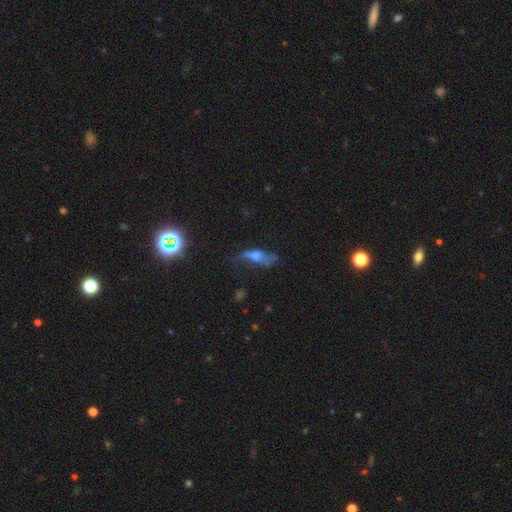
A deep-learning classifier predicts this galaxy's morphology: This is possibly a featured or disk galaxy (47%). Merging: marginally none (35%).